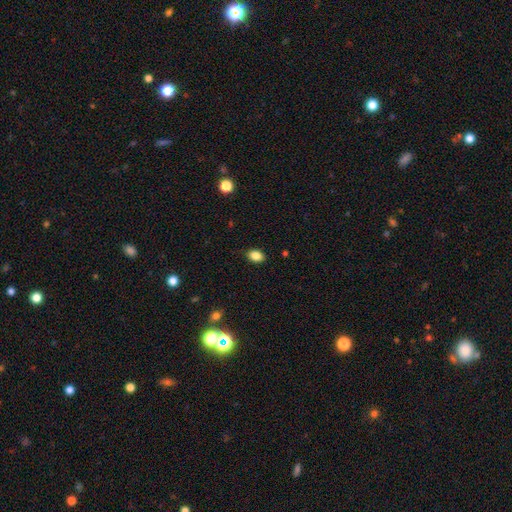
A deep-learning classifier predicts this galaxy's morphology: smooth-or-featured: smooth: 86% | star or artifact: 9% | featured or disk: 5%
  how-rounded: in between: 82% | round: 17% | cigar-shaped: 1%
  merging: none: 86% | minor disturbance: 10% | major disturbance: 2% | merger: 1%